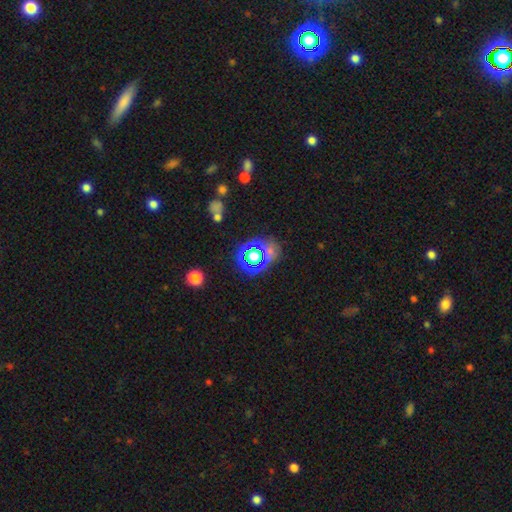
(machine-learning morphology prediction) This is likely a star or artifact rather than a galaxy (68%).